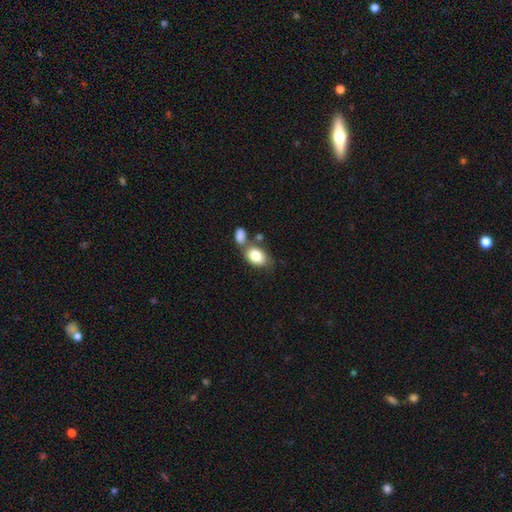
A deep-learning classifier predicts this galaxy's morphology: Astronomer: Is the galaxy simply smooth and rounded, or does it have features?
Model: smooth — 83%.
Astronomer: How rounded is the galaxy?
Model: in between — 86%.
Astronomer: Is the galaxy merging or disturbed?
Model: none — 45% (runner-up: merger, 35%).